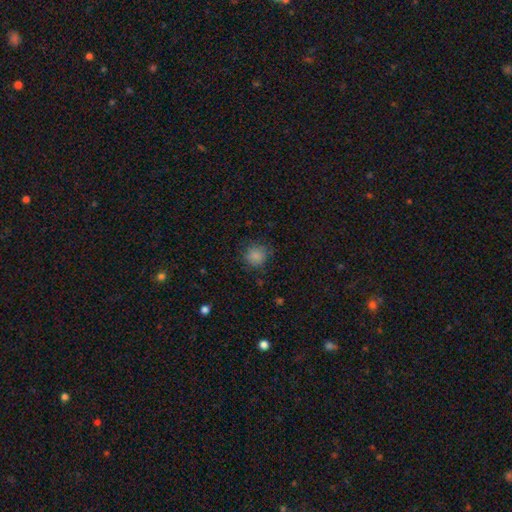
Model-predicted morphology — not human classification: The model was most divided on "merging": none: 80%, minor disturbance: 14%, major disturbance: 4%, merger: 1%. More confident: how rounded — round (87%); smooth or featured — smooth (85%).